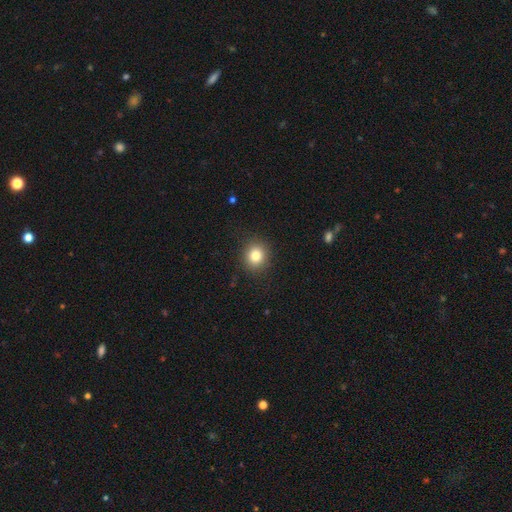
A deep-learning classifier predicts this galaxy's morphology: smooth-or-featured: smooth: 82% | star or artifact: 11% | featured or disk: 7%
  how-rounded: round: 83% | in between: 16% | cigar-shaped: 1%
  merging: none: 89% | minor disturbance: 7% | major disturbance: 3% | merger: 1%